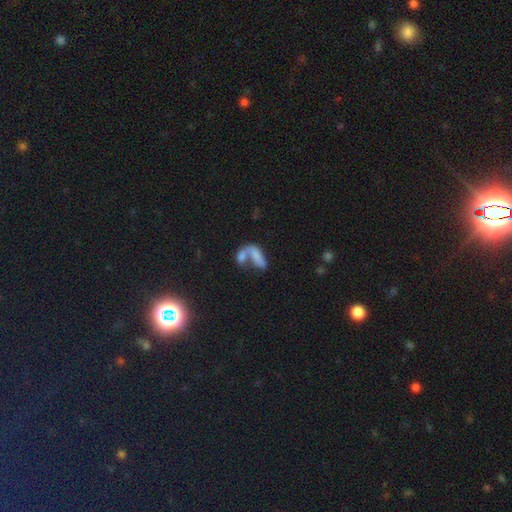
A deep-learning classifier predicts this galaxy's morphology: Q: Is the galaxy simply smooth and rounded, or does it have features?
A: smooth — 63%.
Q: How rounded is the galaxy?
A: in between — 71%.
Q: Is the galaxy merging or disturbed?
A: merger — 63%.